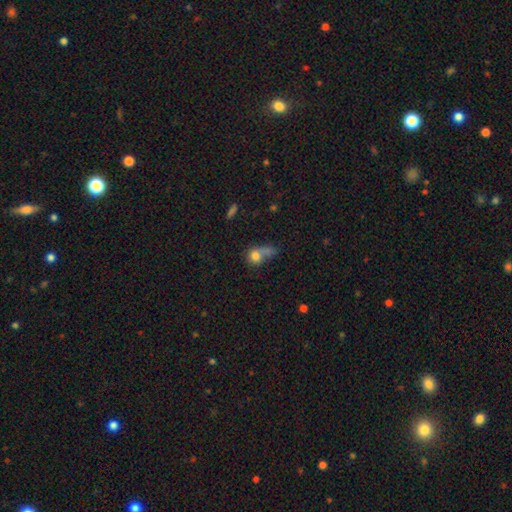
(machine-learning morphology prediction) smooth 75%, featured or disk 14%, star or artifact 11%. Down the decision tree: how rounded — round (67%); merging — merger (43%).